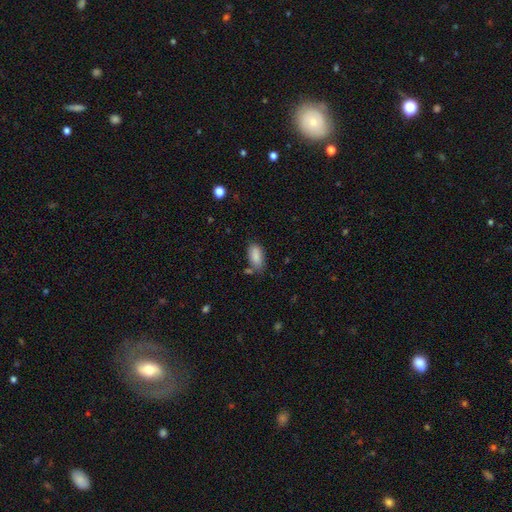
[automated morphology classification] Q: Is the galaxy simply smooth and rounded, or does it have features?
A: smooth — 86%.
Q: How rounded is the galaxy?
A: in between — 90%.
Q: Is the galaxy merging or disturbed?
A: none — 66%.